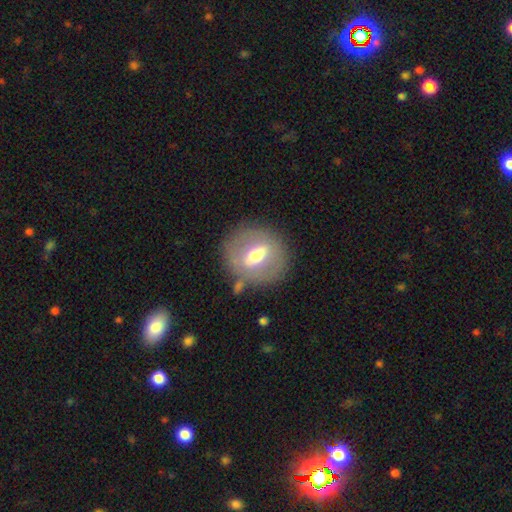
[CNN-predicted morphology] This is possibly a featured or disk galaxy (55%). It is likely not viewed edge-on (76%). Merging: likely none (78%).